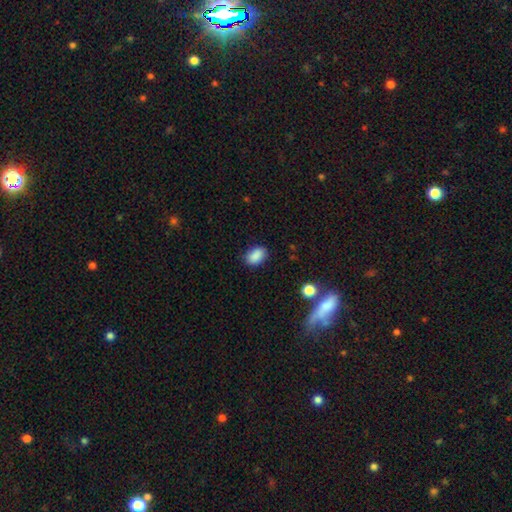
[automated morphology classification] Smooth or featured? smooth (87%)
How rounded? in between (86%)
Merging? none (83%)